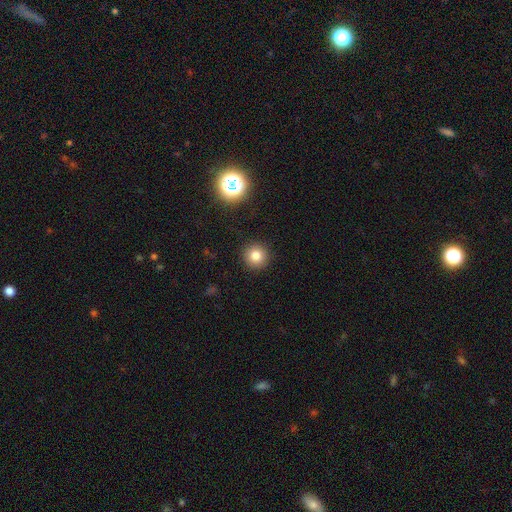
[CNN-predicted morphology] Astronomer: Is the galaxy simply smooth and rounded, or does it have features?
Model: smooth — 79%.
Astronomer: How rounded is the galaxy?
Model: round — 95%.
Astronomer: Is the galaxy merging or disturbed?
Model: none — 92%.